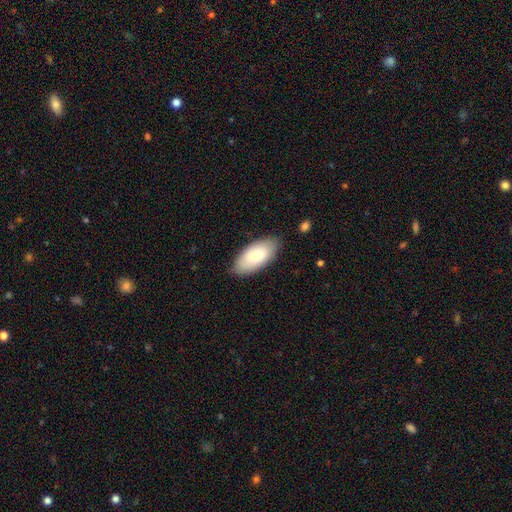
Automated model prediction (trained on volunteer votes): smooth 78%, featured or disk 17%, star or artifact 6%. Down the decision tree: how rounded — in between (93%); merging — none (82%).